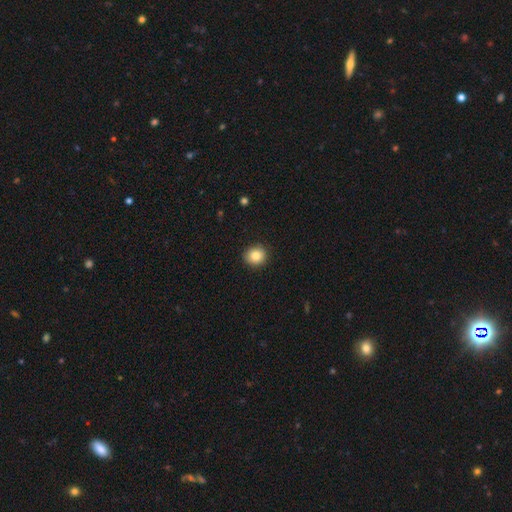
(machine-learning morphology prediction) smooth 84%, star or artifact 10%, featured or disk 6%. Down the decision tree: how rounded — round (83%); merging — none (91%).